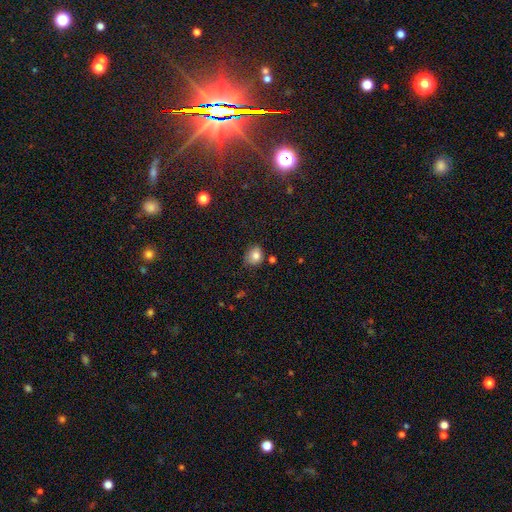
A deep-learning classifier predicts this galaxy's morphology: Smooth or featured: smooth — 80% (star or artifact — 11%)
How rounded: round — 65% (in between — 34%)
Merging: none — 68% (minor disturbance — 23%)